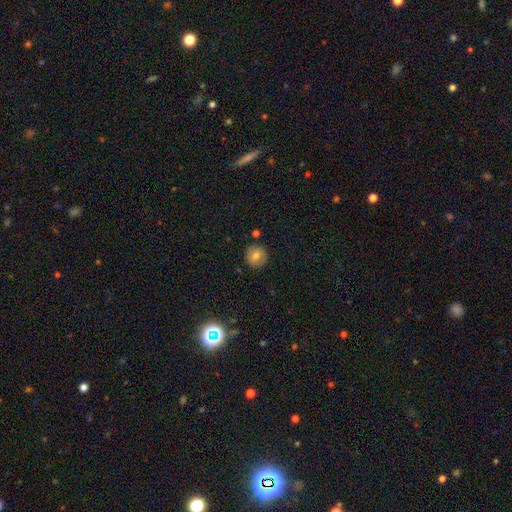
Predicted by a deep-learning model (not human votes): A smooth galaxy with no disk features (75%) that is round (92%).

Vote fractions:
- Smooth or featured? smooth: 75% / featured or disk: 14% / star or artifact: 11%
- How rounded? round: 92% / in between: 7% / cigar-shaped: 1%
- Merging? none: 87% / minor disturbance: 9% / major disturbance: 2% / merger: 2%